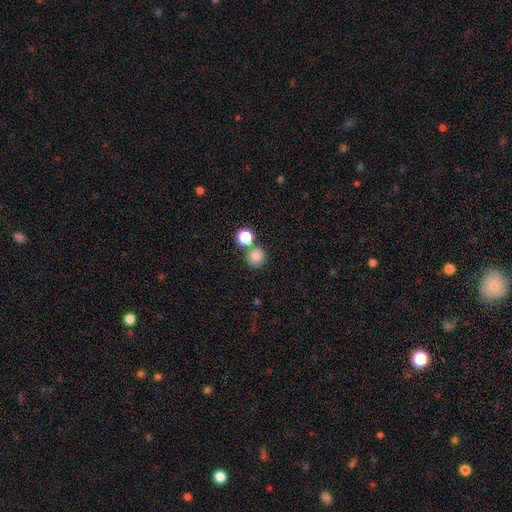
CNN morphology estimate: Smooth or featured?
  - smooth: 82% *
  - star or artifact: 13%
  - featured or disk: 5%
How rounded?
  - round: 91% *
  - in between: 8%
  - cigar-shaped: 1%
Merging?
  - none: 72% *
  - merger: 18%
  - minor disturbance: 7%
  - major disturbance: 3%